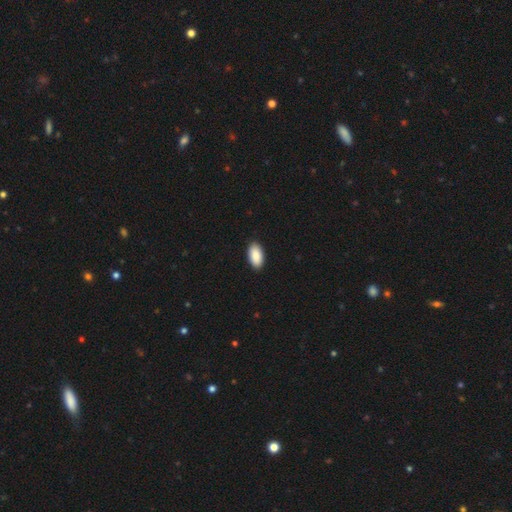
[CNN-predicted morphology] Smooth or featured: smooth — 90% (star or artifact — 6%)
How rounded: in between — 95% (cigar-shaped — 3%)
Merging: none — 91% (minor disturbance — 7%)